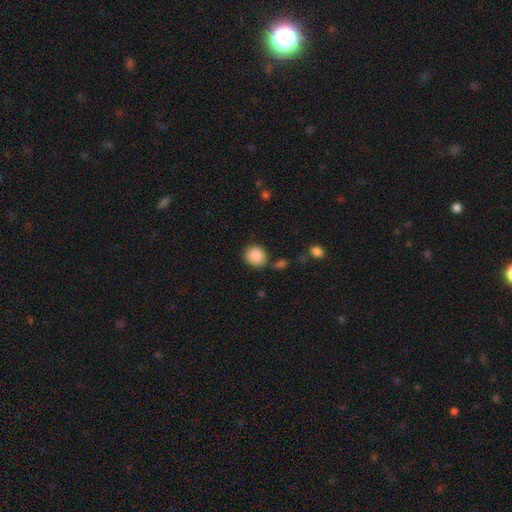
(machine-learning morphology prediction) type=smooth (89%); roundness=round (83%); merging=none (78%).